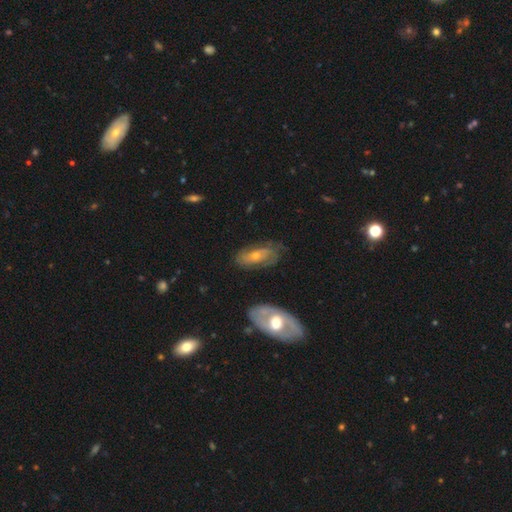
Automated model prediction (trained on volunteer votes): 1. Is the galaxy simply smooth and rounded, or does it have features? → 58% featured or disk, 35% smooth, 8% star or artifact.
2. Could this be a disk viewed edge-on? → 84% no, 16% yes.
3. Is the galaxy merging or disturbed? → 66% none, 23% minor disturbance, 9% major disturbance, 3% merger.